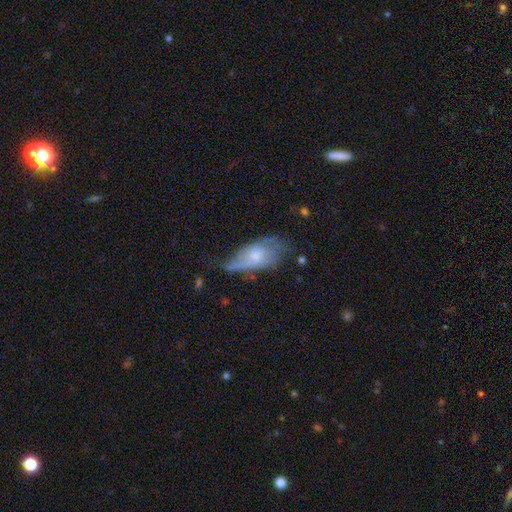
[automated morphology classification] A smooth galaxy with no disk features (46%).

Vote fractions:
- Smooth or featured? smooth: 46% / featured or disk: 44% / star or artifact: 10%
- Merging? minor disturbance: 38% / none: 35% / major disturbance: 23% / merger: 3%